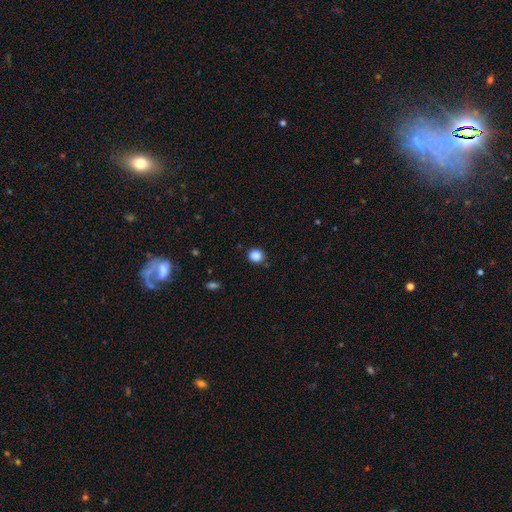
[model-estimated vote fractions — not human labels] Smooth or featured? Predicted: smooth (p=0.87). How rounded? Predicted: round (p=0.79). Merging? Predicted: none (p=0.84).